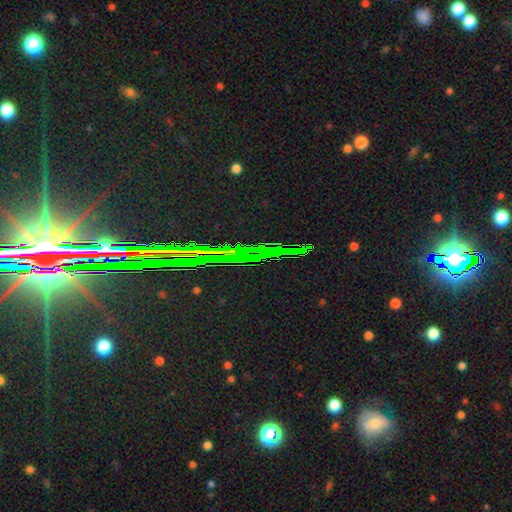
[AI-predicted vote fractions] Smooth or featured?
  - star or artifact: 81% *
  - featured or disk: 10%
  - smooth: 9%